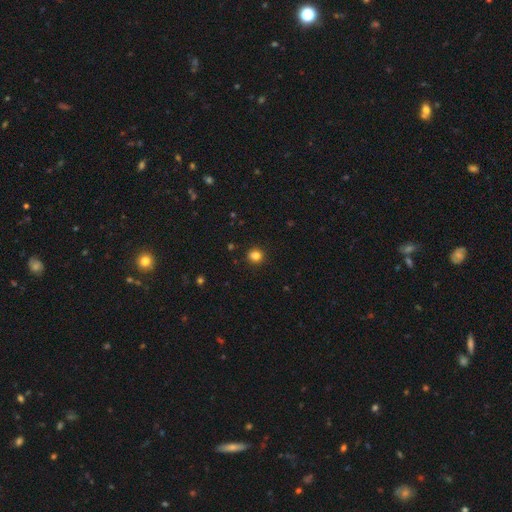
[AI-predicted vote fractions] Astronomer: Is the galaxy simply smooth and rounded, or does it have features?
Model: smooth — 83%.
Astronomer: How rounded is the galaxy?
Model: round — 86%.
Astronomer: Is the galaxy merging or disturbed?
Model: none — 90%.